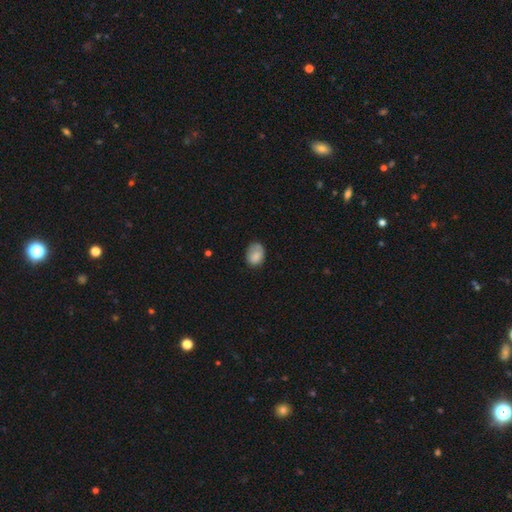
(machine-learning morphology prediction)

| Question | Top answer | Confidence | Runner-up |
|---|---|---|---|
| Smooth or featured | smooth | 81% | featured or disk (11%) |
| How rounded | in between | 67% | round (32%) |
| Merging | none | 59% | minor disturbance (29%) |